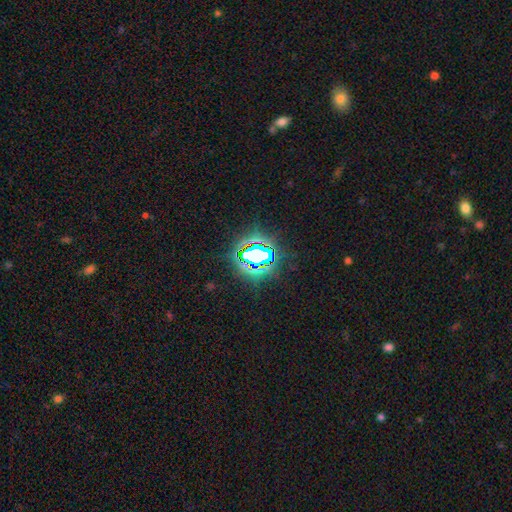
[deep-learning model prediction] A star or artifact, not a galaxy (72%).

Vote fractions:
- Smooth or featured? star or artifact: 72% / smooth: 16% / featured or disk: 12%